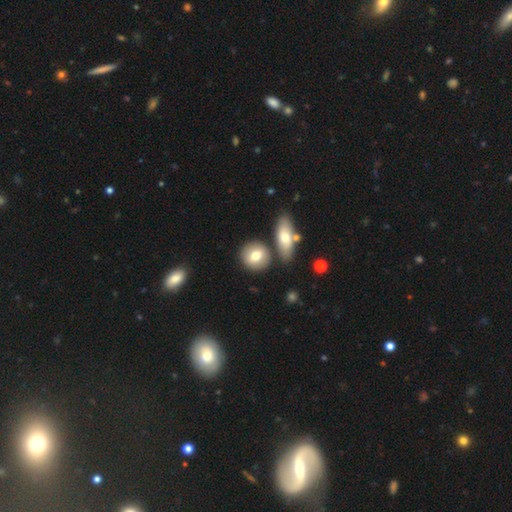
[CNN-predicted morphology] type=smooth (73%); roundness=round (78%); merging=none (74%).